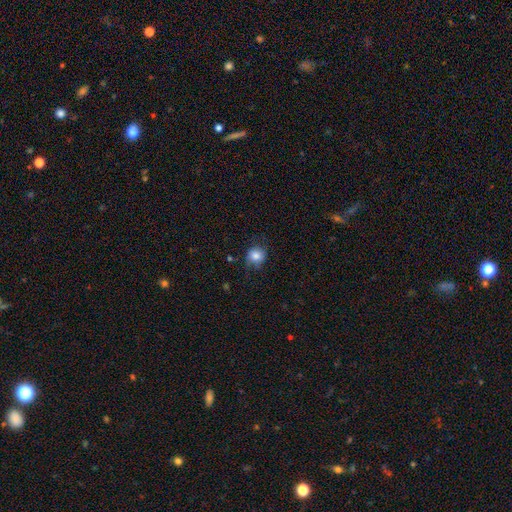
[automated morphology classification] This appears to be a smooth galaxy with no disk features (82%) that is round (78%). Merging: none (71%).